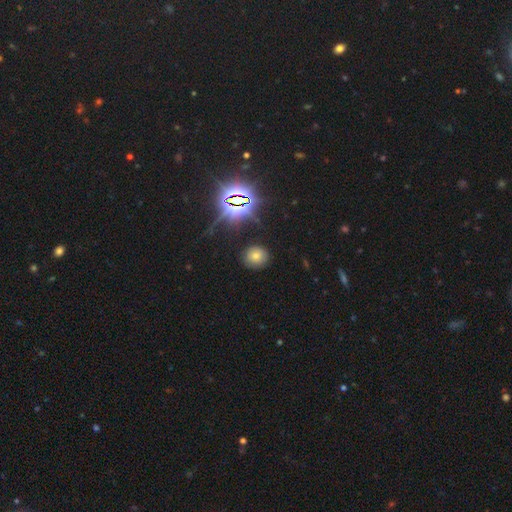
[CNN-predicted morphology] smooth_or_featured: smooth (p=0.54) [alt: star or artifact p=0.34]
how_rounded: round (p=0.79) [alt: in between p=0.20]
merging: none (p=0.85) [alt: minor disturbance p=0.10]